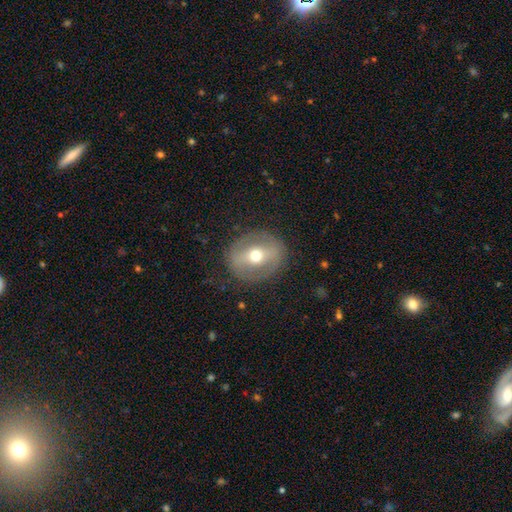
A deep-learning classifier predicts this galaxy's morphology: This appears to be a featured or disk galaxy (56%). Merging: none (84%).